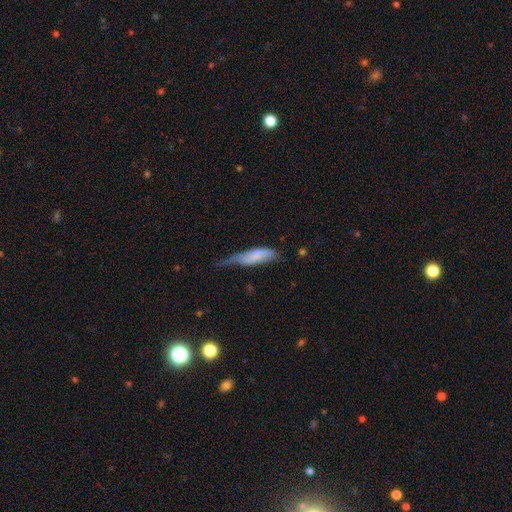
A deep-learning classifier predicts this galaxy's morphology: A smooth galaxy with no disk features (68%) that is in between round and cigar-shaped (53%). Merging: minor disturbance (39%).